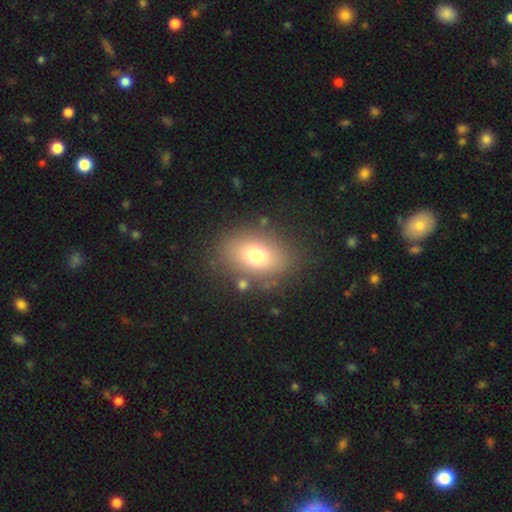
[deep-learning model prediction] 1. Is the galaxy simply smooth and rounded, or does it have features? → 75% smooth, 14% featured or disk, 11% star or artifact.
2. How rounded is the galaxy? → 79% in between, 19% round, 2% cigar-shaped.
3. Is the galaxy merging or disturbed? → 81% none, 11% minor disturbance, 5% major disturbance, 4% merger.